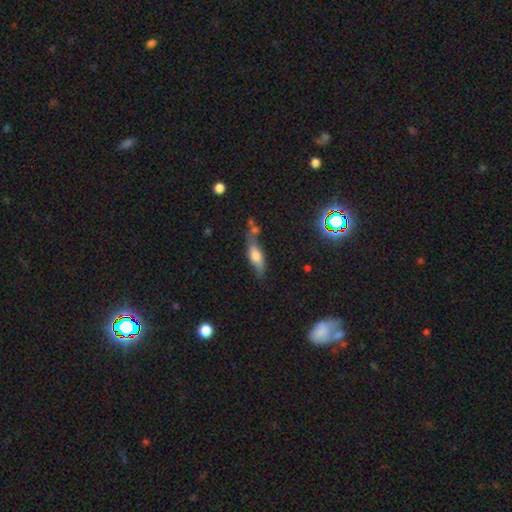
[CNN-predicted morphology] Smooth or featured: smooth — 53% (featured or disk — 37%)
How rounded: in between — 57% (cigar-shaped — 38%)
Merging: none — 50% (minor disturbance — 25%)